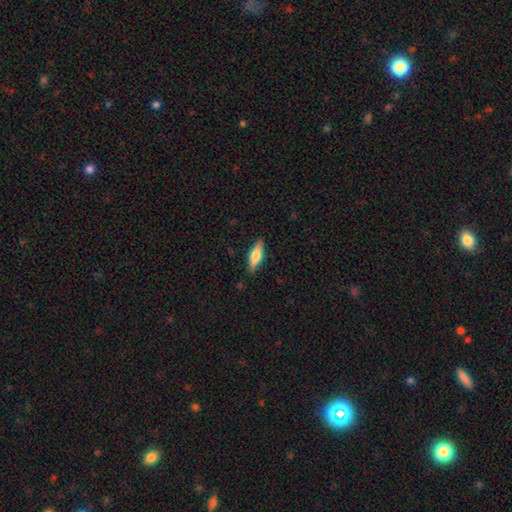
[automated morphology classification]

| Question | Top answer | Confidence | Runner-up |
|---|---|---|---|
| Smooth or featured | smooth | 51% | featured or disk (43%) |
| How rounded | cigar-shaped | 53% | in between (45%) |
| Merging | none | 88% | minor disturbance (9%) |